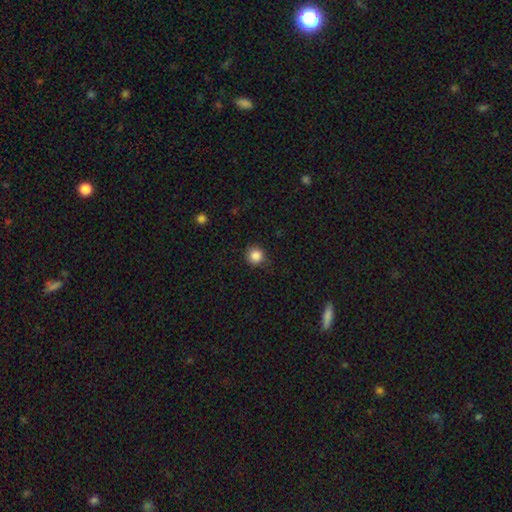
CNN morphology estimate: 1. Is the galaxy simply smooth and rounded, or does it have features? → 86% smooth, 11% star or artifact, 4% featured or disk.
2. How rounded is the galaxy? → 93% round, 6% in between, 1% cigar-shaped.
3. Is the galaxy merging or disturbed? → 86% none, 11% minor disturbance, 3% major disturbance, 1% merger.